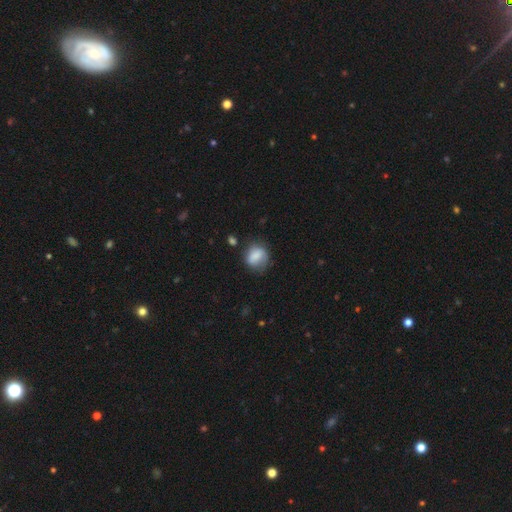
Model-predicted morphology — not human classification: Smooth or featured: smooth — 80% (featured or disk — 12%)
How rounded: round — 62% (in between — 37%)
Merging: none — 61% (minor disturbance — 26%)